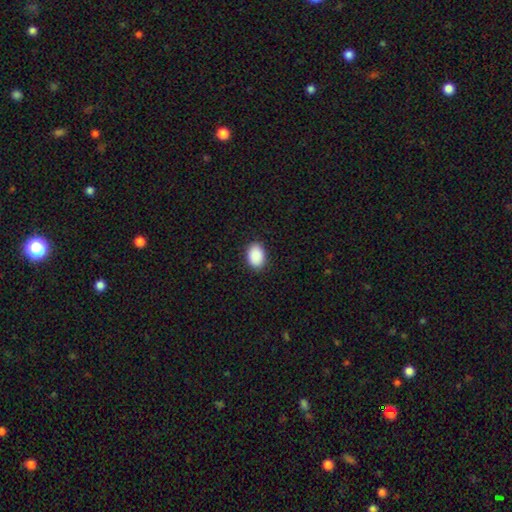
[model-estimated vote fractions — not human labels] The model was most divided on "how rounded": in between: 79%, round: 20%, cigar-shaped: 1%. More confident: smooth or featured — smooth (91%); merging — none (89%).